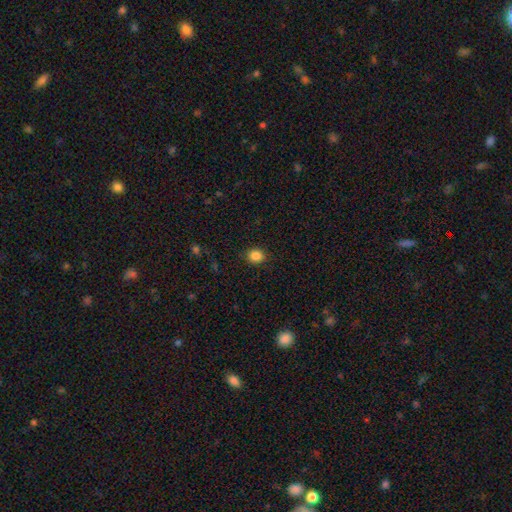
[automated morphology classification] smooth_or_featured: smooth (p=0.86) [alt: star or artifact p=0.11]
how_rounded: round (p=0.75) [alt: in between p=0.24]
merging: none (p=0.90) [alt: minor disturbance p=0.07]